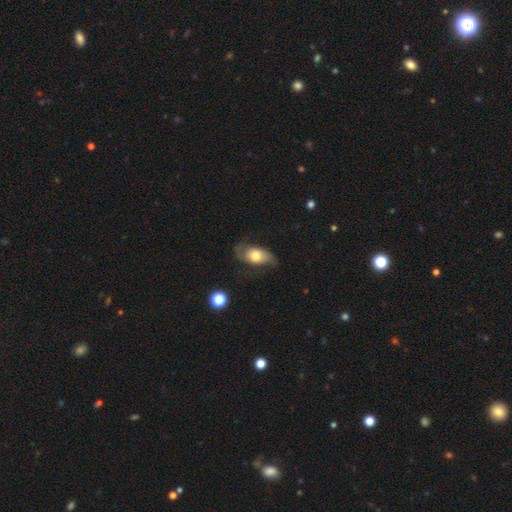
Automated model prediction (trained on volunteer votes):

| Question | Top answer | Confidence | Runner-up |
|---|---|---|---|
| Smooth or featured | featured or disk | 54% | smooth (38%) |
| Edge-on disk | no | 92% | yes (8%) |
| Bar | no | 74% | weak (21%) |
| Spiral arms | yes | 83% | no (17%) |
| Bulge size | moderate | 51% | large (34%) |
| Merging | none | 61% | minor disturbance (23%) |